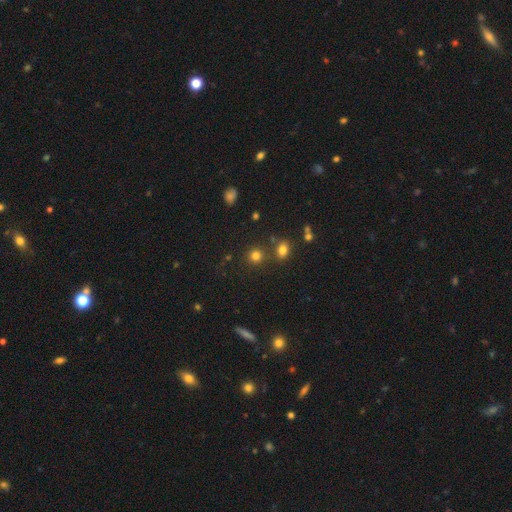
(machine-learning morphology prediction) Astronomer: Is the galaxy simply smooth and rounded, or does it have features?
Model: smooth — 77%.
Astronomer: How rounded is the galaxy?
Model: round — 85%.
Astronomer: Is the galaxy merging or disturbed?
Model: none — 75%.